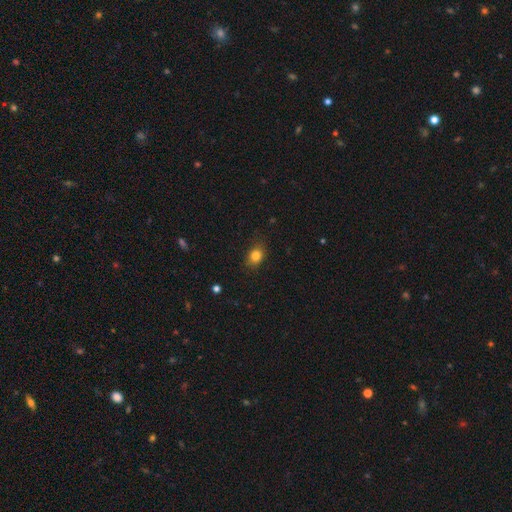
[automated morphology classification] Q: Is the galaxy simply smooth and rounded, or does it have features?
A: smooth — 83%.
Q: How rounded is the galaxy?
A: in between — 59%.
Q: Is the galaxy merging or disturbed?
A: none — 80%.